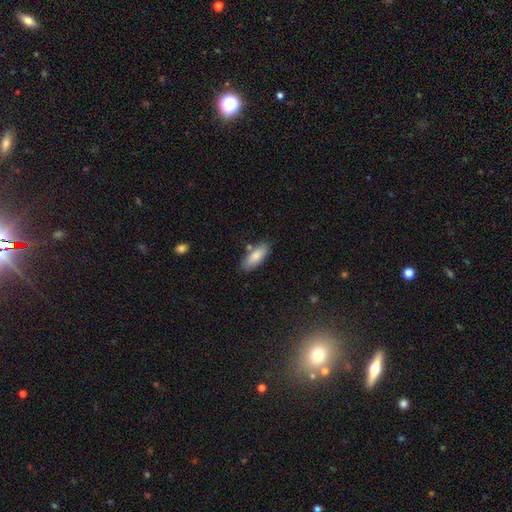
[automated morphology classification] This is clearly a smooth galaxy (82%). How rounded: likely in between (78%). Merging: likely none (79%).